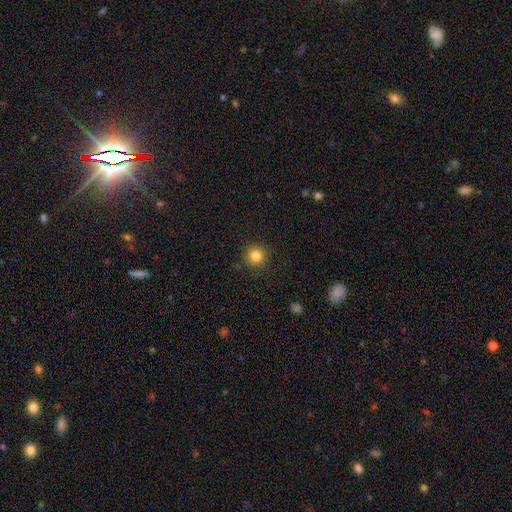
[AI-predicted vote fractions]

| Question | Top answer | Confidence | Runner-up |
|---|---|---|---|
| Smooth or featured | smooth | 83% | star or artifact (12%) |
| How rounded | round | 95% | in between (4%) |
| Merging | none | 90% | minor disturbance (7%) |